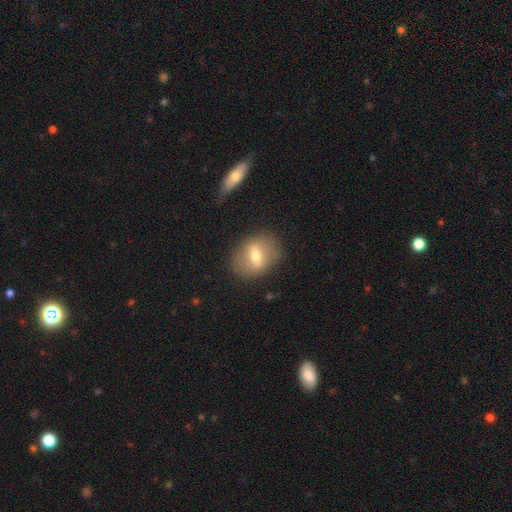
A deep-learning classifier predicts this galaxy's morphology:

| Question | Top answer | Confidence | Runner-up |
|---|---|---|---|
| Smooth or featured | smooth | 46% | featured or disk (45%) |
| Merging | none | 82% | minor disturbance (11%) |